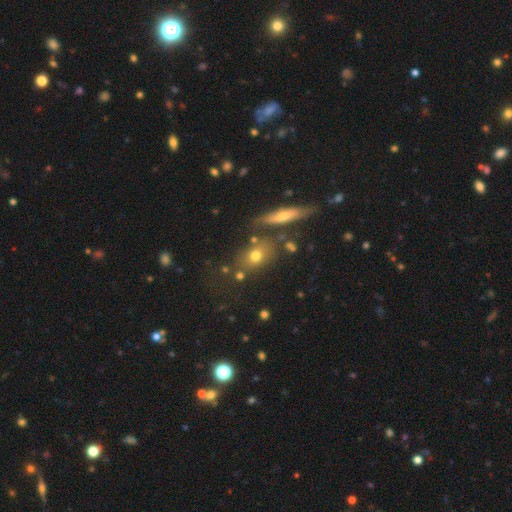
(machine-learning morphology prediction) This appears to be a smooth galaxy with no disk features (68%) that is in between round and cigar-shaped (57%). Merging: none (67%).